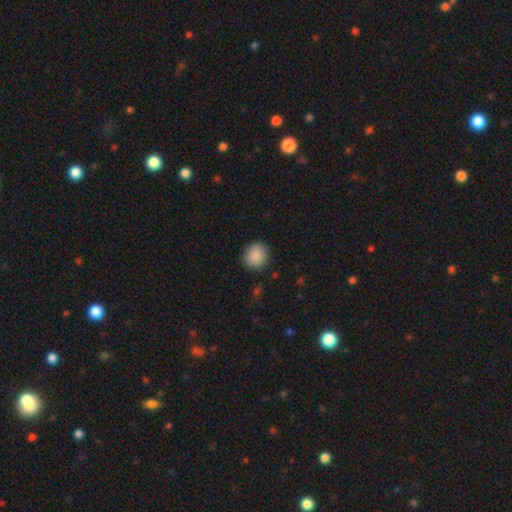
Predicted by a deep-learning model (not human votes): Overall: smooth (90%). How rounded: round (86%). Merging: none (87%).